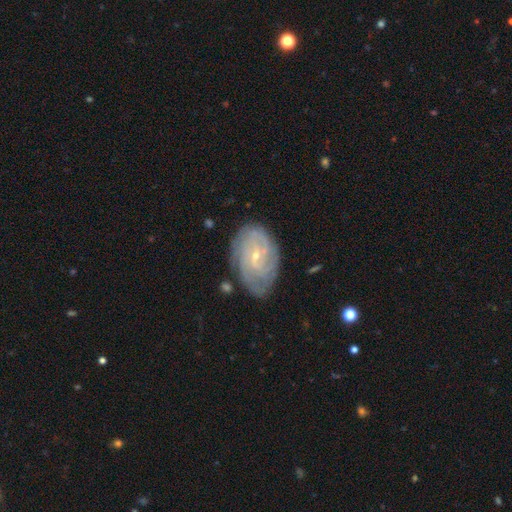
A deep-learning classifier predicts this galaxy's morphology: This appears to be a featured or disk galaxy (82%) with no bar (52%), tight (70%) spiral arms (95%) and a small central bulge (82%). Merging: none (75%).